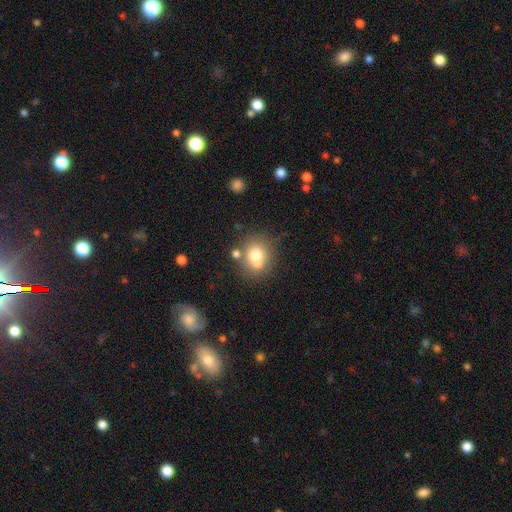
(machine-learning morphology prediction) Overall: smooth (69%). How rounded: round (80%). Merging: none (54%; merger 30%).